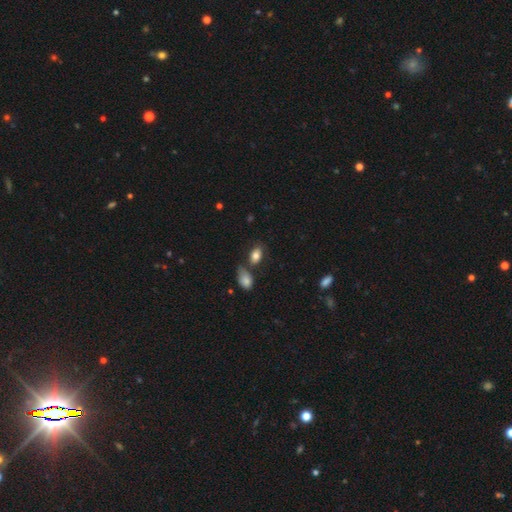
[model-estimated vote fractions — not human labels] smooth 81%, featured or disk 10%, star or artifact 9%. Down the decision tree: how rounded — in between (89%); merging — none (63%).